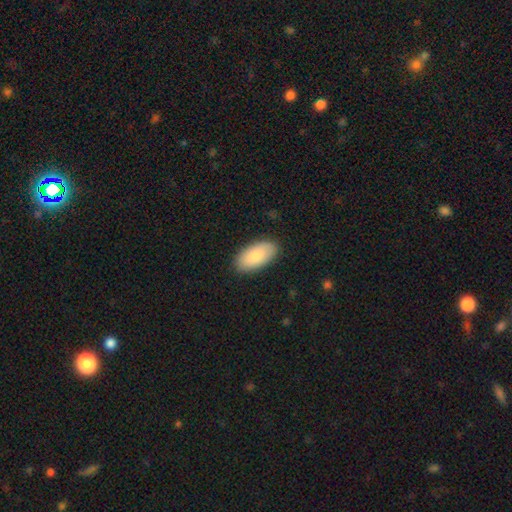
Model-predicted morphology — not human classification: smooth_or_featured: smooth (p=0.83) [alt: featured or disk p=0.11]
how_rounded: in between (p=0.95) [alt: cigar-shaped p=0.03]
merging: none (p=0.88) [alt: minor disturbance p=0.09]